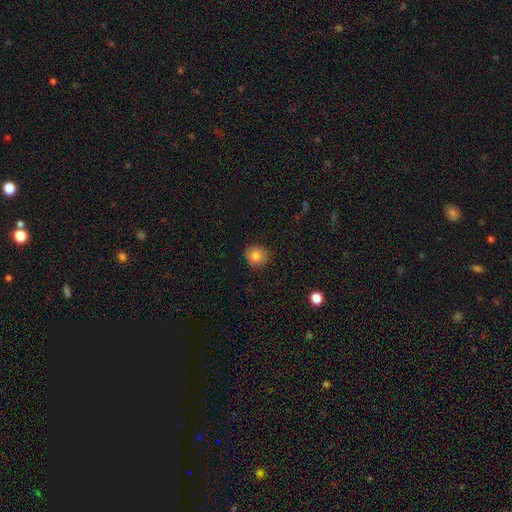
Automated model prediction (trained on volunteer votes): smooth 82%, star or artifact 10%, featured or disk 8%. Down the decision tree: how rounded — round (87%); merging — none (87%).